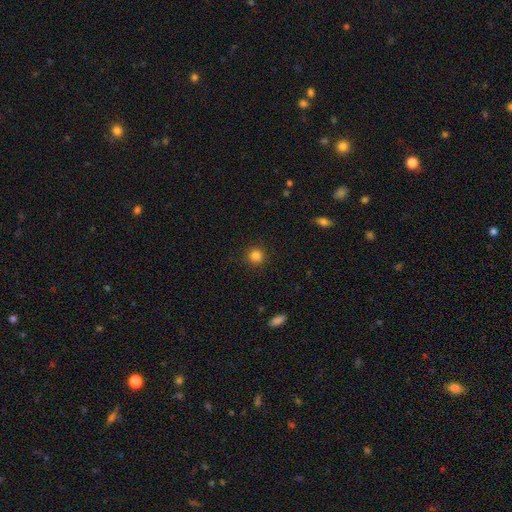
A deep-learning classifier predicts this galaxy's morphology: Smooth or featured?
  - smooth: 84% *
  - star or artifact: 12%
  - featured or disk: 4%
How rounded?
  - round: 91% *
  - in between: 8%
  - cigar-shaped: 1%
Merging?
  - none: 90% *
  - minor disturbance: 6%
  - major disturbance: 2%
  - merger: 1%